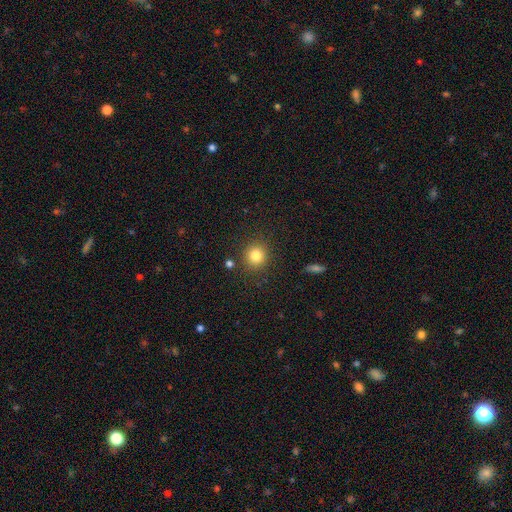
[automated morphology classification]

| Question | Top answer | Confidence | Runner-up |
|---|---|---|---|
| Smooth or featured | smooth | 82% | star or artifact (12%) |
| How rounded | round | 88% | in between (11%) |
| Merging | none | 87% | minor disturbance (8%) |